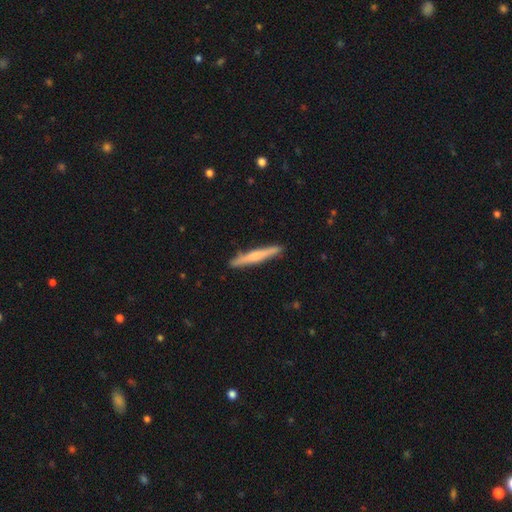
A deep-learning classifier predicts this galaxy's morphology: A smooth galaxy with no disk features (52%) that is cigar-shaped (96%).

Vote fractions:
- Smooth or featured? smooth: 52% / featured or disk: 43% / star or artifact: 5%
- How rounded? cigar-shaped: 96% / in between: 3% / round: 1%
- Merging? none: 90% / minor disturbance: 7% / major disturbance: 1% / merger: 1%